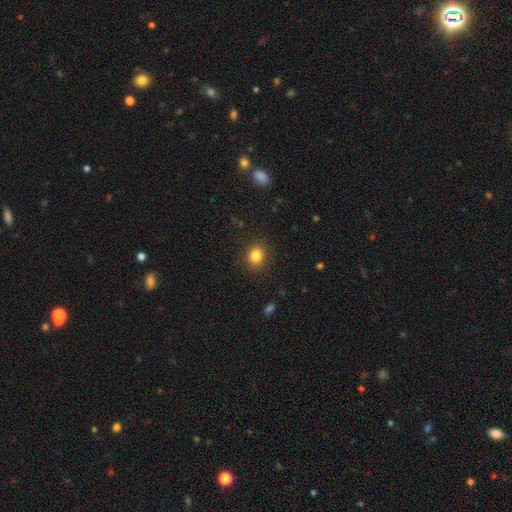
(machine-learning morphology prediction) smooth 83%, star or artifact 11%, featured or disk 6%. Down the decision tree: how rounded — round (72%); merging — none (89%).